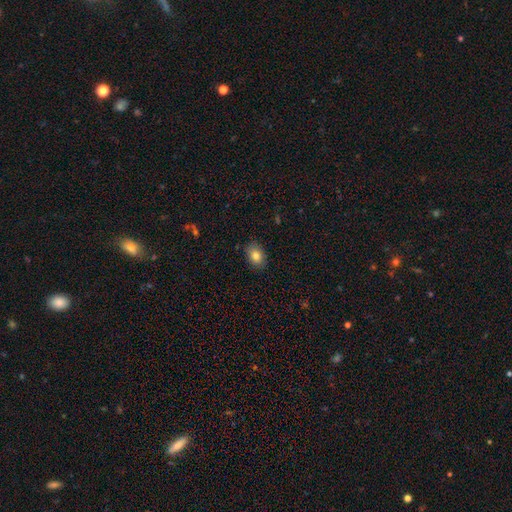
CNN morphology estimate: A smooth galaxy with no disk features (84%) that is in between round and cigar-shaped (79%). Merging: none (87%).